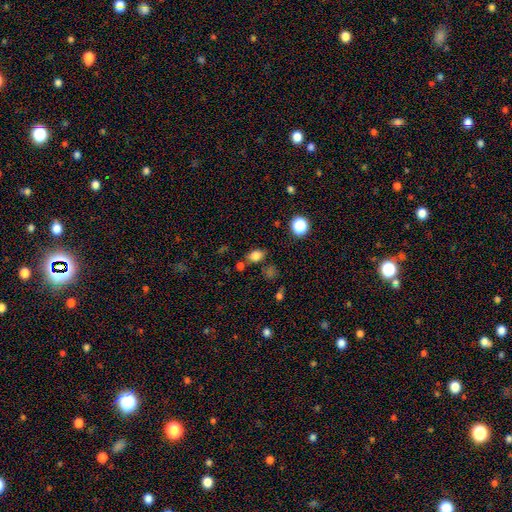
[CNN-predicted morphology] Smooth or featured? Predicted: smooth (p=0.80). How rounded? Predicted: in between (p=0.73). Merging? Predicted: none (p=0.75).